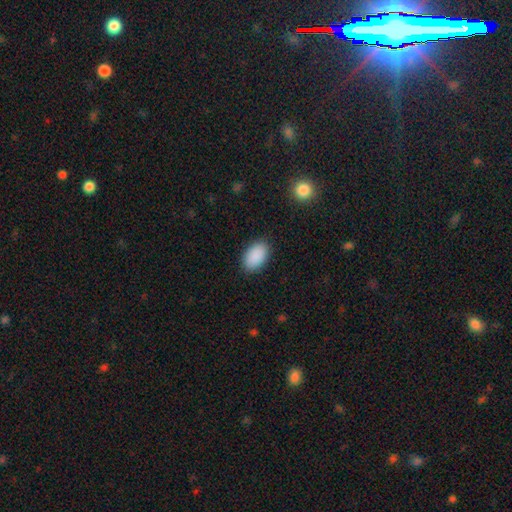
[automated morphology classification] smooth_or_featured: smooth (p=0.91) [alt: star or artifact p=0.07]
how_rounded: in between (p=0.93) [alt: round p=0.06]
merging: none (p=0.88) [alt: minor disturbance p=0.08]